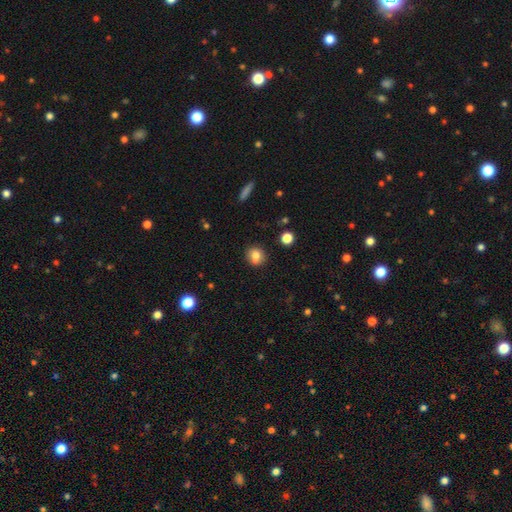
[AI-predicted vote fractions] A smooth galaxy with no disk features (82%) that is round (80%). Merging: none (86%).